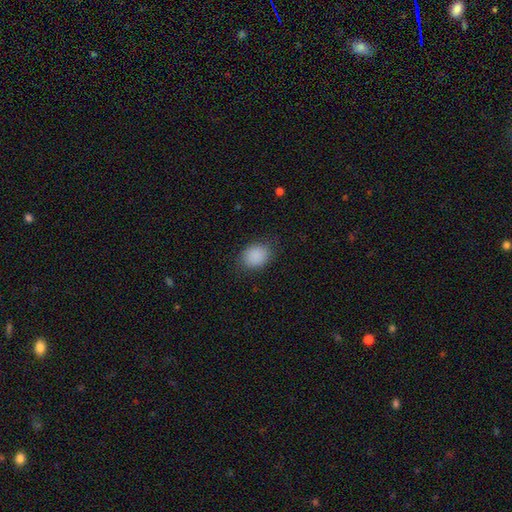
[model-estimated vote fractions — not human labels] smooth 89%, star or artifact 8%, featured or disk 3%. Down the decision tree: how rounded — round (51%); merging — none (82%).